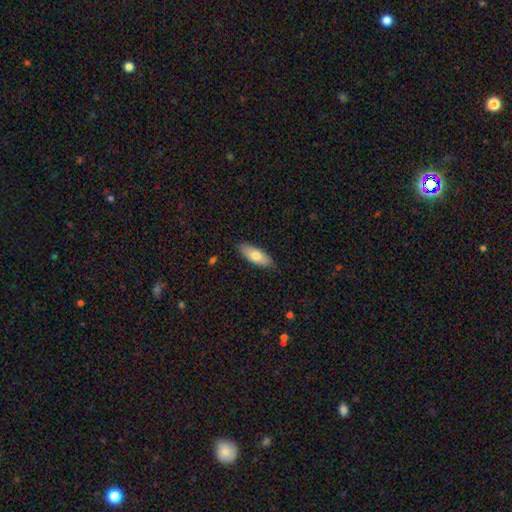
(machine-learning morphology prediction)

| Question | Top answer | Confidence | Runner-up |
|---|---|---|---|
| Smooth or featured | smooth | 72% | featured or disk (22%) |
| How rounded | in between | 80% | cigar-shaped (18%) |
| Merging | none | 85% | minor disturbance (11%) |